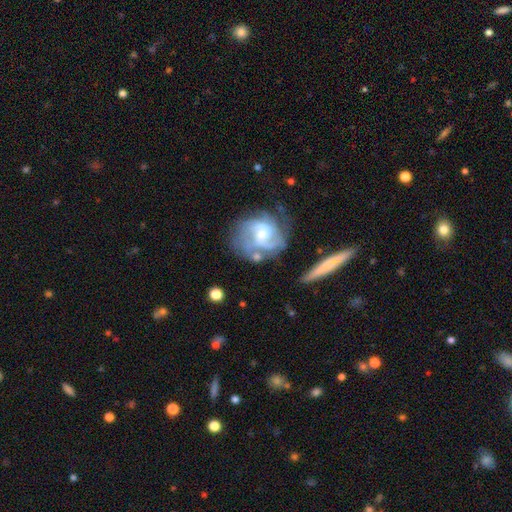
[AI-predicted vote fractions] The model was most divided on "spiral winding": medium: 44%, tight: 37%, loose: 19%. Remaining: edge-on disk — no (96%); spiral arms — yes (89%); smooth or featured — featured or disk (77%); merging — none (57%); bar — no (51%); bulge size — small (49%); spiral arm count — 2 (42%).